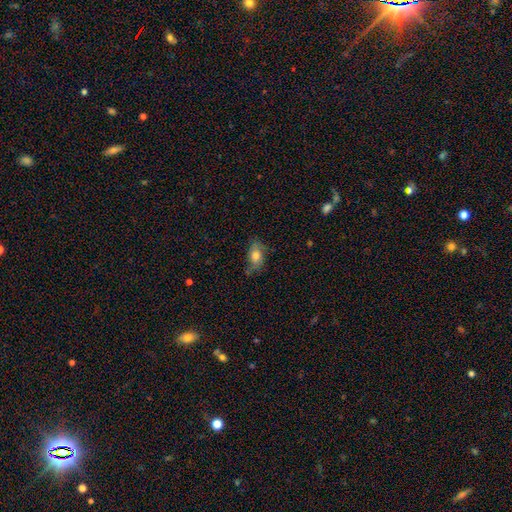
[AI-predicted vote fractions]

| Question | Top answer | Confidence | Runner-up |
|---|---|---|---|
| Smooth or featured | smooth | 70% | featured or disk (21%) |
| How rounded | in between | 84% | round (11%) |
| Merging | none | 64% | minor disturbance (26%) |